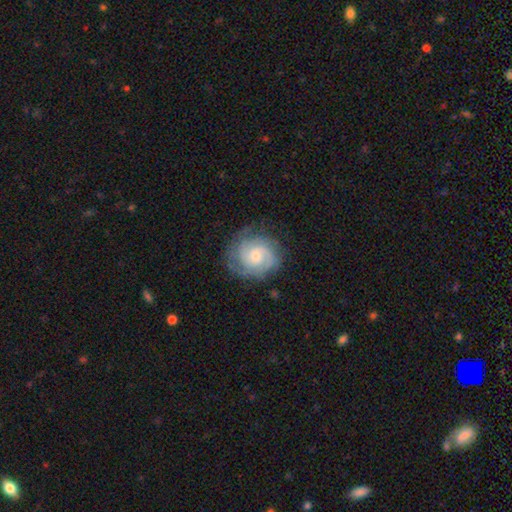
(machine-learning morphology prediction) Smooth or featured? featured or disk (79%)
Edge-on disk? no (98%)
Bar? no (66%)
Spiral arms? yes (96%)
Spiral winding? tight (60%)
Spiral arm count? 2 (34%)
Bulge size? small (56%)
Merging? none (76%)